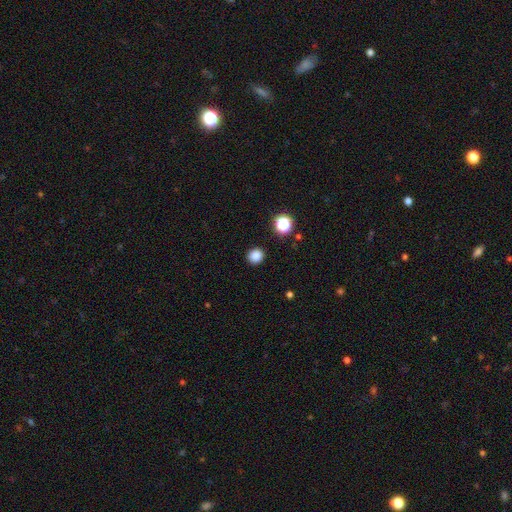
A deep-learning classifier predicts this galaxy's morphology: This is clearly a smooth galaxy (84%). How rounded: clearly round (87%). Merging: clearly none (90%).